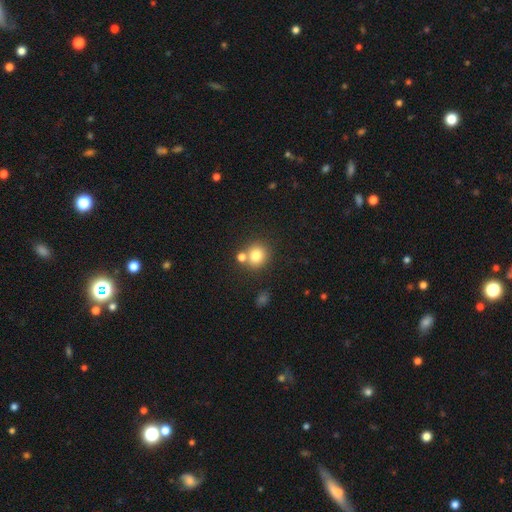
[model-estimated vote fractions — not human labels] Smooth or featured? Predicted: smooth (p=0.79). How rounded? Predicted: round (p=0.88). Merging? Predicted: none (p=0.65).